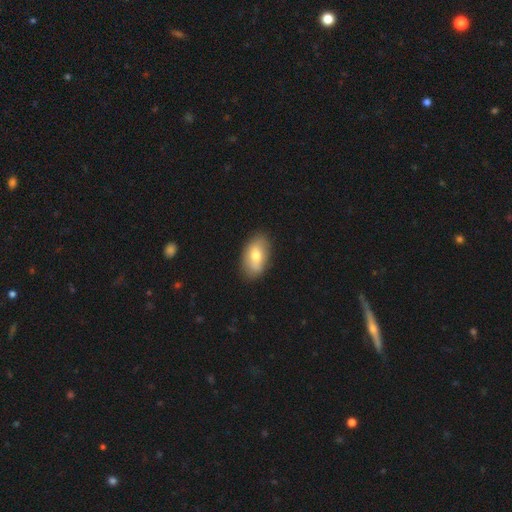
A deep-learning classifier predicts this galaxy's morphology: Overall: smooth (69%). How rounded: in between (92%). Merging: none (83%).